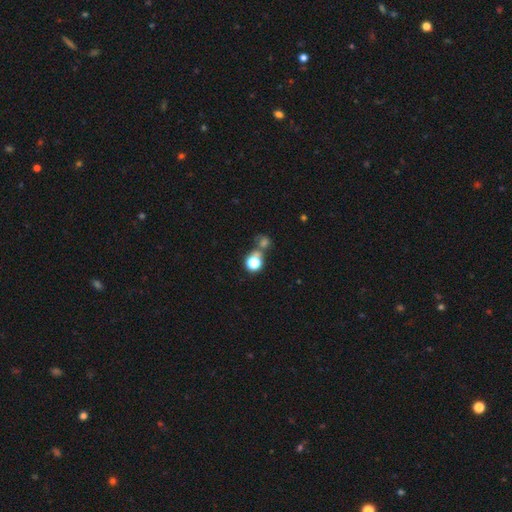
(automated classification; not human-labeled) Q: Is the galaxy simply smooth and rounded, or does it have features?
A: smooth — 53%.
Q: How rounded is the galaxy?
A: round — 79%.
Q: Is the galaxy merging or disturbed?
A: none — 57%.